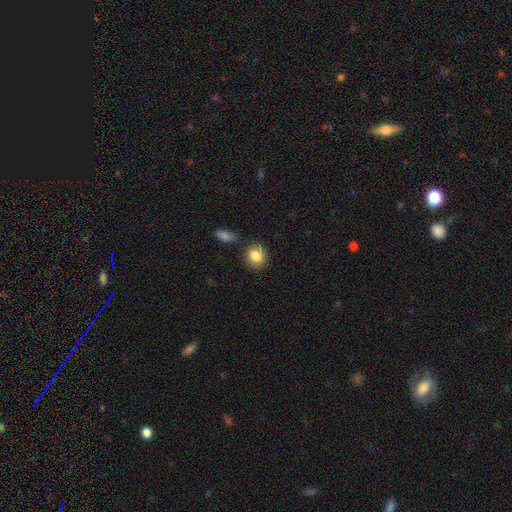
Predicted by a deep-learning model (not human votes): smooth 84%, star or artifact 9%, featured or disk 7%. Down the decision tree: how rounded — round (73%); merging — none (82%).